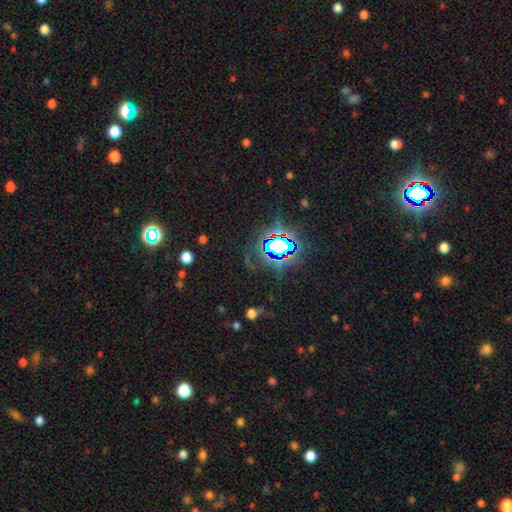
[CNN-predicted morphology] Overall: star or artifact (81%).